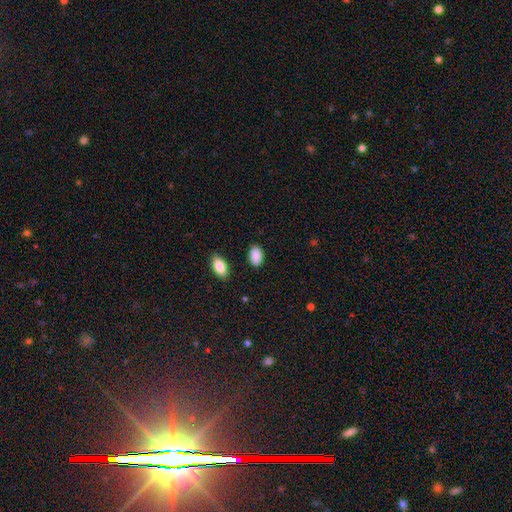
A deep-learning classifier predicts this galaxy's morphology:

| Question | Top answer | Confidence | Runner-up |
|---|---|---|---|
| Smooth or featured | smooth | 90% | star or artifact (7%) |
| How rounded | in between | 92% | round (7%) |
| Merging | none | 86% | minor disturbance (10%) |